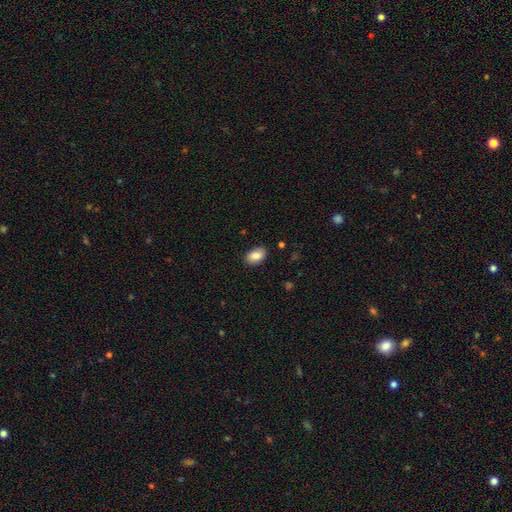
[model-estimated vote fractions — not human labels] Q: Smooth or featured?
A: smooth (84%); runner-up: featured or disk (9%)
Q: How rounded?
A: in between (91%); runner-up: round (7%)
Q: Merging?
A: none (87%); runner-up: minor disturbance (10%)